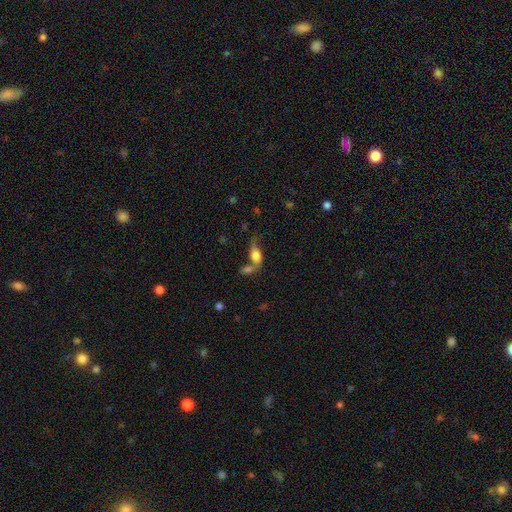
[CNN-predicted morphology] A smooth galaxy with no disk features (53%) that is in between round and cigar-shaped (72%).

Vote fractions:
- Smooth or featured? smooth: 53% / featured or disk: 37% / star or artifact: 10%
- How rounded? in between: 72% / cigar-shaped: 15% / round: 13%
- Merging? merger: 48% / none: 28% / minor disturbance: 13% / major disturbance: 11%